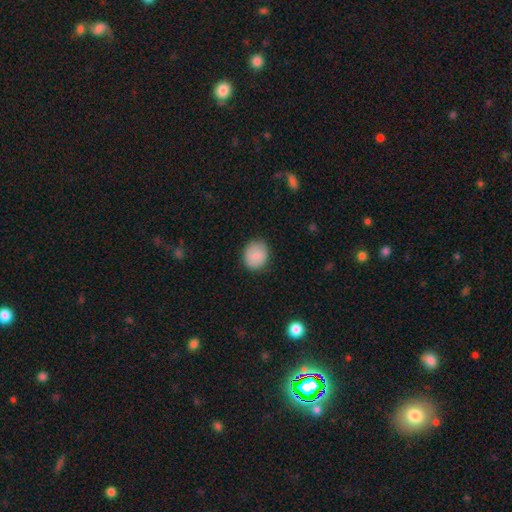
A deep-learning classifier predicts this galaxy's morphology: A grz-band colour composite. It shows a smooth galaxy with no disk features (85%) that is round (71%). Merging: none (84%).